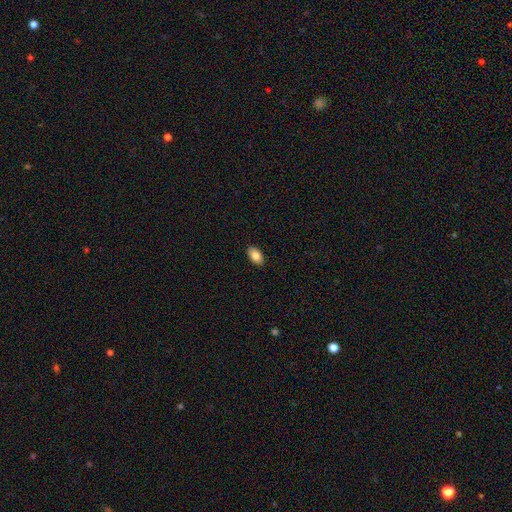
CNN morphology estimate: Smooth or featured? Predicted: smooth (p=0.84). How rounded? Predicted: in between (p=0.92). Merging? Predicted: none (p=0.90).